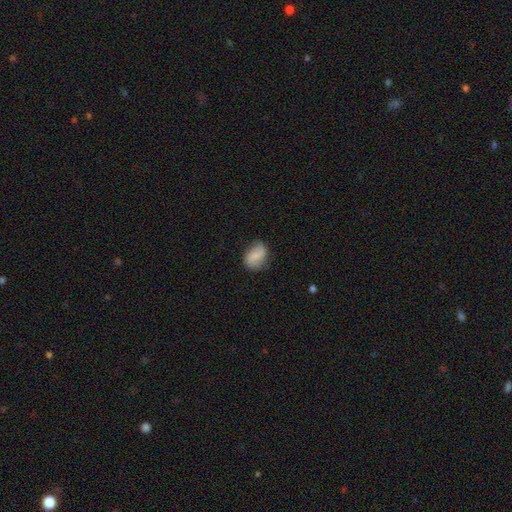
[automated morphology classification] smooth 69%, featured or disk 23%, star or artifact 8%. Down the decision tree: how rounded — in between (74%); merging — none (70%).